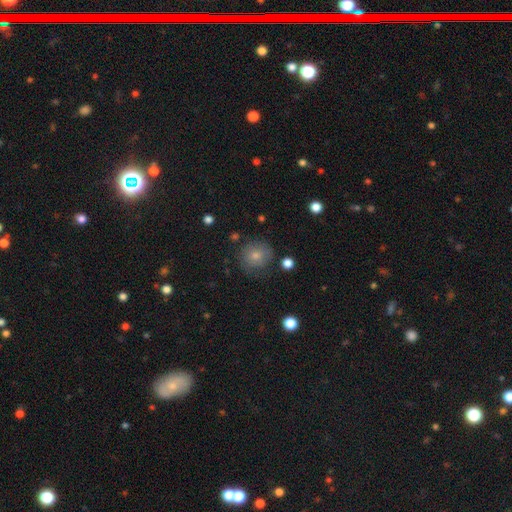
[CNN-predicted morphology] This appears to be a smooth galaxy with no disk features (78%) that is round (88%). Merging: none (74%).